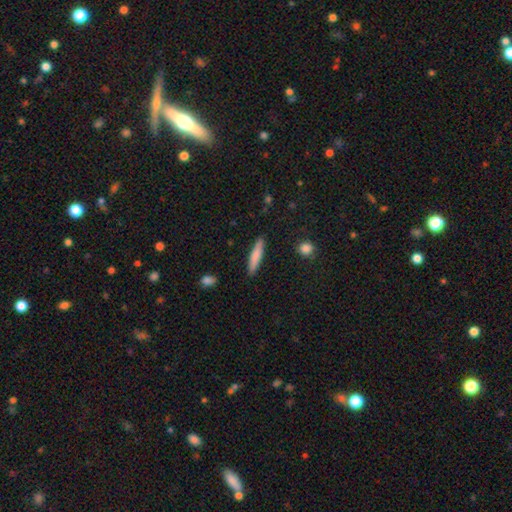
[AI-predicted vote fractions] A smooth galaxy with no disk features (78%) that is cigar-shaped (88%).

Vote fractions:
- Smooth or featured? smooth: 78% / featured or disk: 17% / star or artifact: 6%
- How rounded? cigar-shaped: 88% / in between: 10% / round: 1%
- Merging? none: 88% / minor disturbance: 8% / major disturbance: 2% / merger: 1%